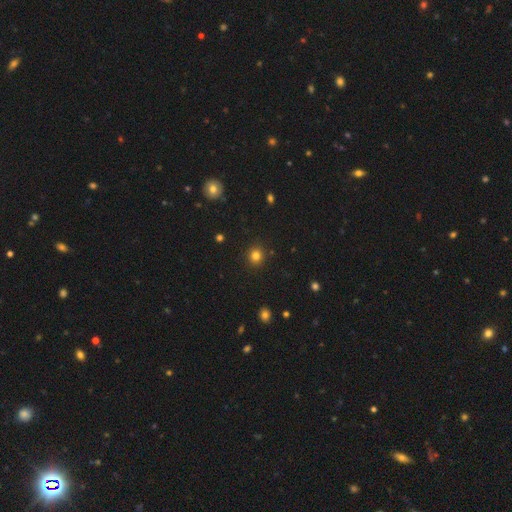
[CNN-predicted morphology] type=smooth (82%); roundness=round (89%); merging=none (91%).